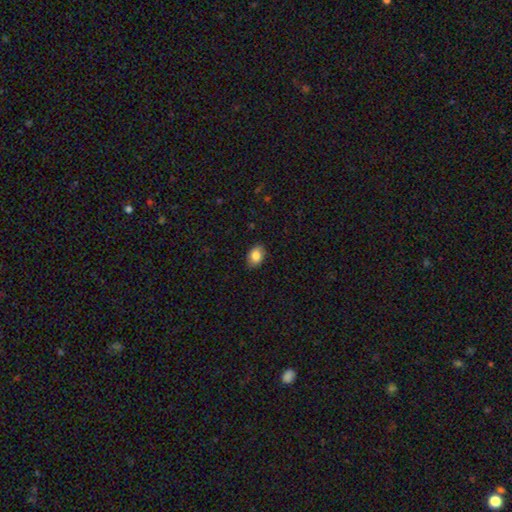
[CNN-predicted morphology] type=smooth (84%); roundness=in between (82%); merging=none (87%).